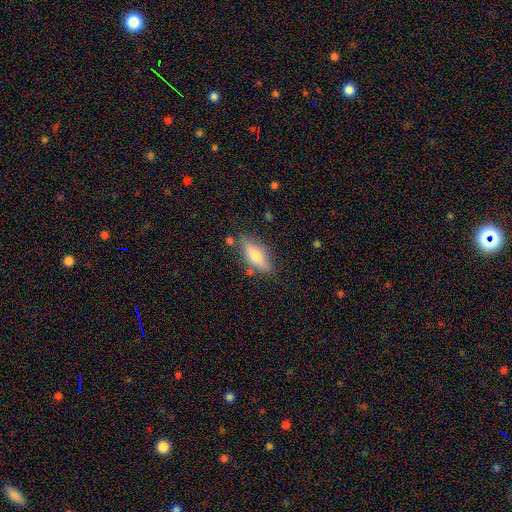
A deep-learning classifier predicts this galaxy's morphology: A smooth galaxy with no disk features (61%) that is in between round and cigar-shaped (67%). Merging: none (76%).